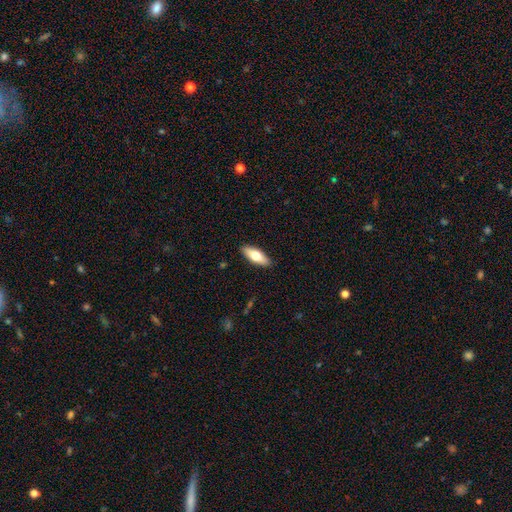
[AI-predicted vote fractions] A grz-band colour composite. It shows a smooth galaxy with no disk features (67%) that is in between round and cigar-shaped (71%). Merging: none (90%).